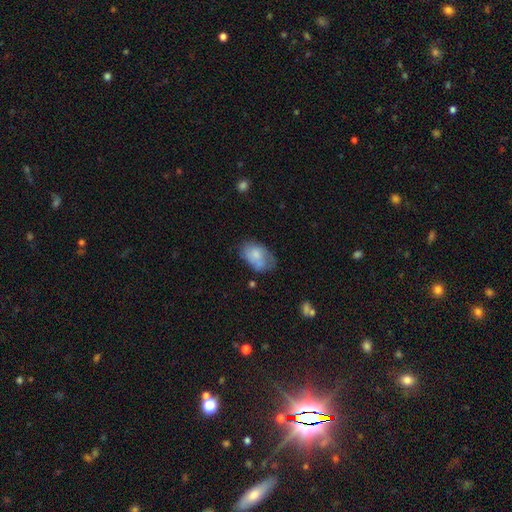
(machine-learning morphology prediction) The model was most divided on "merging": none: 44%, minor disturbance: 32%, major disturbance: 14%, merger: 9%. More confident: how rounded — in between (89%); smooth or featured — smooth (70%).